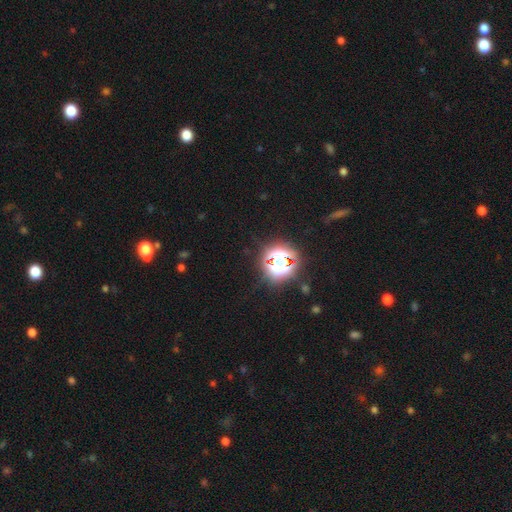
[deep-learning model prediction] smooth_or_featured: star or artifact (p=0.83) [alt: smooth p=0.11]